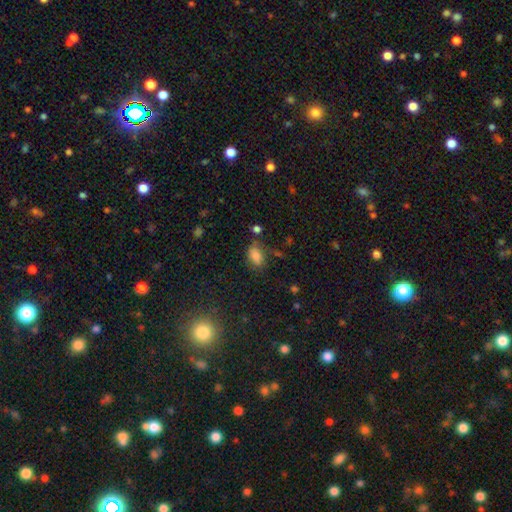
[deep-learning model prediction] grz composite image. It shows a smooth galaxy with no disk features (77%) that is in between round and cigar-shaped (88%). Merging: none (58%).